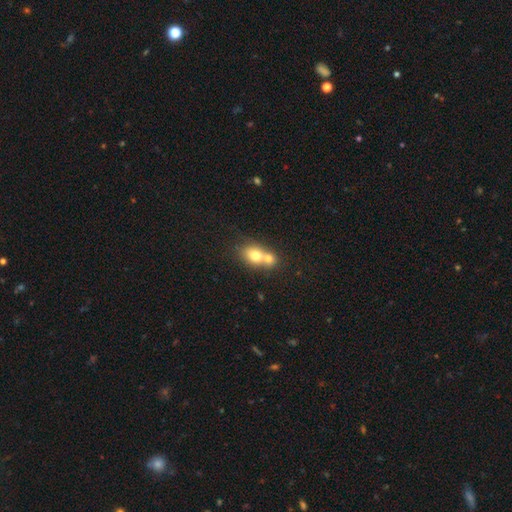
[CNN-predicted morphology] A smooth galaxy with no disk features (71%) that is in between round and cigar-shaped (52%).

Vote fractions:
- Smooth or featured? smooth: 71% / featured or disk: 19% / star or artifact: 9%
- How rounded? in between: 52% / round: 47% / cigar-shaped: 2%
- Merging? merger: 67% / none: 24% / minor disturbance: 6% / major disturbance: 3%